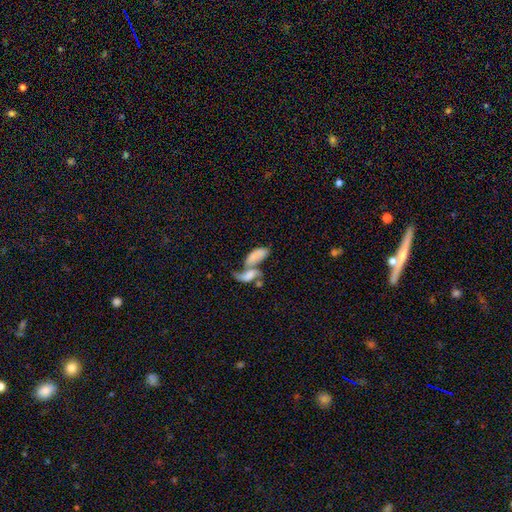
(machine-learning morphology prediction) Overall: smooth (59%; featured or disk 32%). How rounded: in between (80%). Merging: merger (71%).